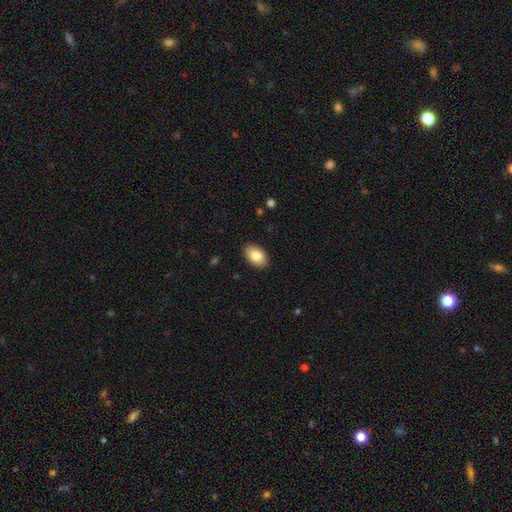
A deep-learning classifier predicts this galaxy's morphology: Q: Smooth or featured?
A: smooth (85%); runner-up: featured or disk (9%)
Q: How rounded?
A: in between (92%); runner-up: round (7%)
Q: Merging?
A: none (88%); runner-up: minor disturbance (9%)